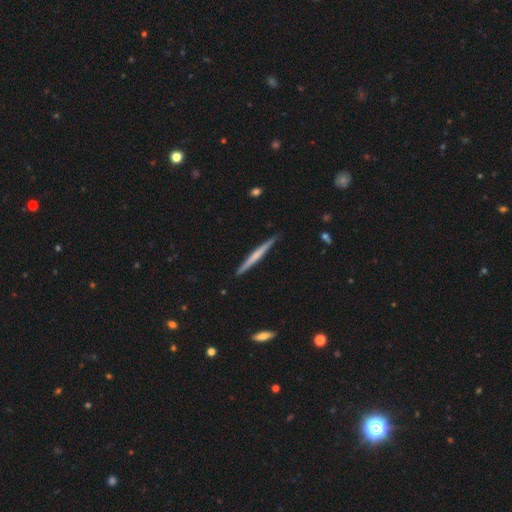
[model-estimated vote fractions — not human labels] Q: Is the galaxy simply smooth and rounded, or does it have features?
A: featured or disk — 51%.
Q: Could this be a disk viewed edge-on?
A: yes — 98%.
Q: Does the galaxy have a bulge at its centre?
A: none — 66%.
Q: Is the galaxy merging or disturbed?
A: none — 90%.